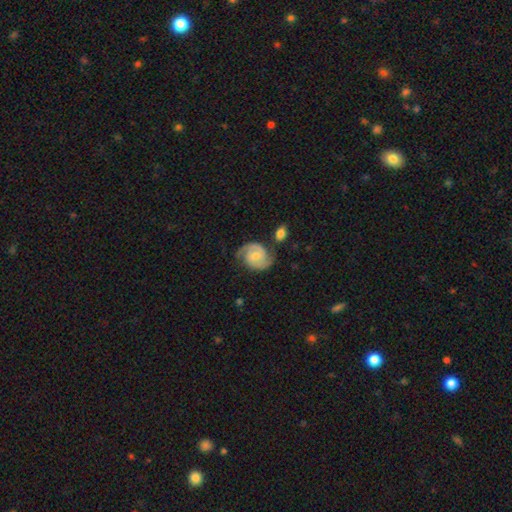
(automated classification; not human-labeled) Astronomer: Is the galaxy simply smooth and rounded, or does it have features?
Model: featured or disk — 86%.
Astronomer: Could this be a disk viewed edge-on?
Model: no — 98%.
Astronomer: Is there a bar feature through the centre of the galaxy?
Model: no — 53% (runner-up: weak, 38%).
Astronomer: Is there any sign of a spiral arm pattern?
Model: yes — 97%.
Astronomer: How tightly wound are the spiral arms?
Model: medium — 50% (runner-up: tight, 36%).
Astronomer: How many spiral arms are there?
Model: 2 — 91%.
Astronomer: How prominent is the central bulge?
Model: small — 53% (runner-up: moderate, 39%).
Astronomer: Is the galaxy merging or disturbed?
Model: none — 73%.